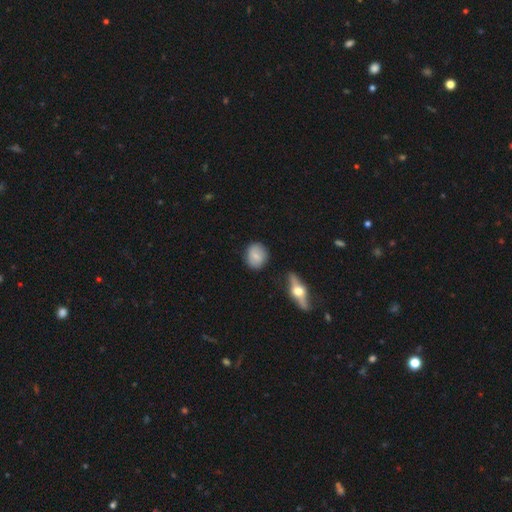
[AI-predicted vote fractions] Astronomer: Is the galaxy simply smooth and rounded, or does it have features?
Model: smooth — 74%.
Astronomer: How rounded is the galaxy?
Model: round — 69%.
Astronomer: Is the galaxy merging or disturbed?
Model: none — 83%.